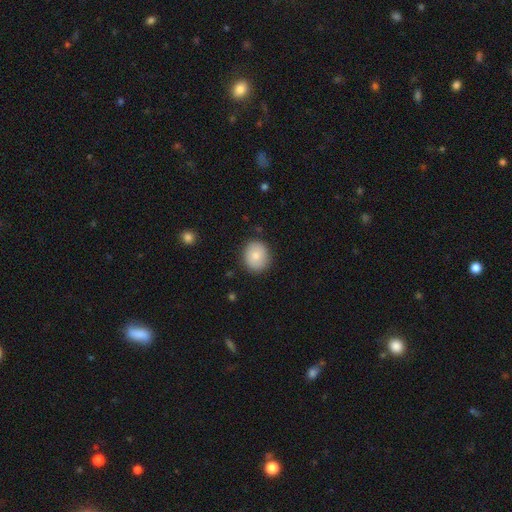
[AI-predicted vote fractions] Smooth or featured?
  - smooth: 78% *
  - featured or disk: 14%
  - star or artifact: 8%
How rounded?
  - round: 76% *
  - in between: 23%
  - cigar-shaped: 1%
Merging?
  - none: 86% *
  - minor disturbance: 10%
  - major disturbance: 3%
  - merger: 1%